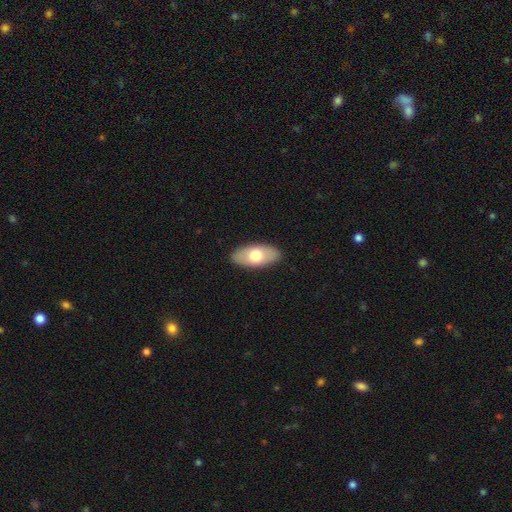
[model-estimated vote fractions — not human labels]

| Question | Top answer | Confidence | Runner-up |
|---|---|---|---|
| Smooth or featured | smooth | 66% | featured or disk (29%) |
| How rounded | in between | 92% | cigar-shaped (5%) |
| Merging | none | 88% | minor disturbance (9%) |